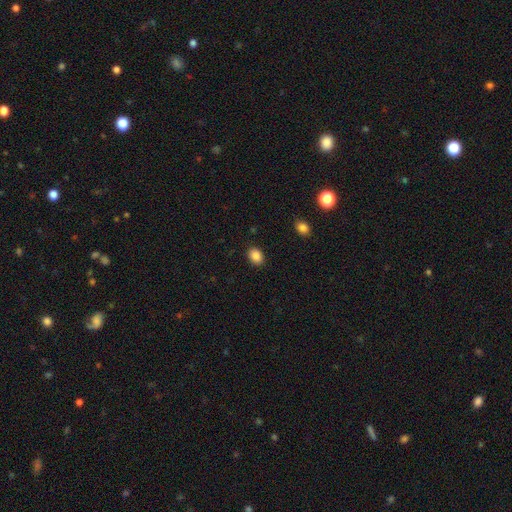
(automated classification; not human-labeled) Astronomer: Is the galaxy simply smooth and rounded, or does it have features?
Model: smooth — 87%.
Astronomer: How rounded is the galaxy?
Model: in between — 69%.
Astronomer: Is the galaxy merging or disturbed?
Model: none — 89%.